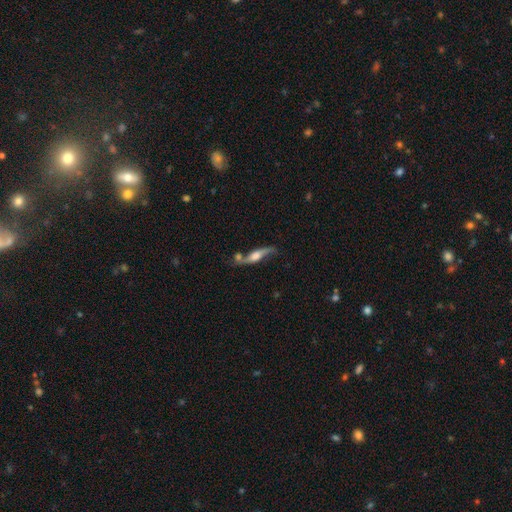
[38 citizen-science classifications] A featured or disk galaxy (71%) viewed edge-on (70%) with a rounded central bulge (95%). Merging: none (71%).